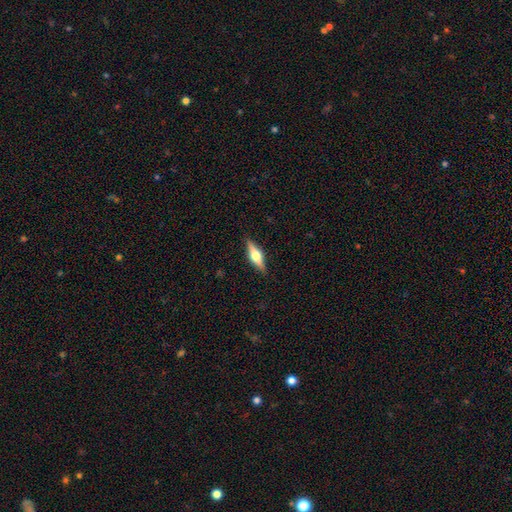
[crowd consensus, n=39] A featured or disk galaxy (74%) viewed edge-on (90%) with a rounded central bulge (96%). Merging: none (92%).